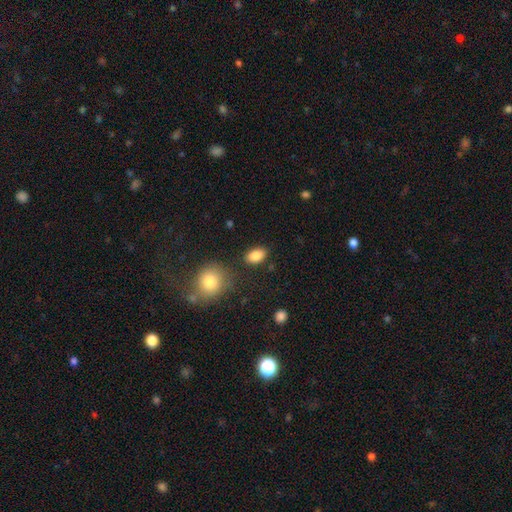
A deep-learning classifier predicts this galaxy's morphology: A smooth galaxy with no disk features (87%) that is in between round and cigar-shaped (89%). Merging: none (84%).